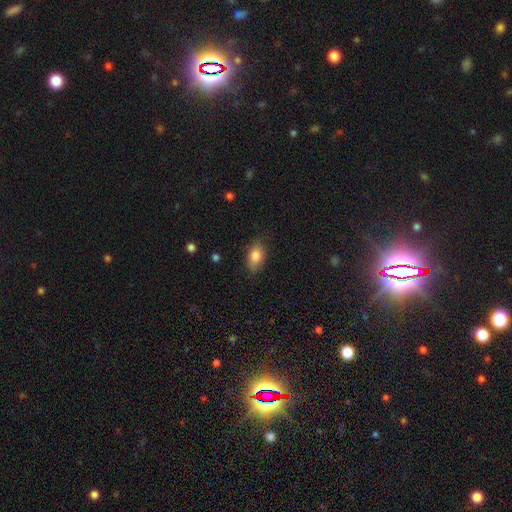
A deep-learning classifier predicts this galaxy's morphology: This appears to be a smooth galaxy with no disk features (82%) that is in between round and cigar-shaped (88%). Merging: none (81%).